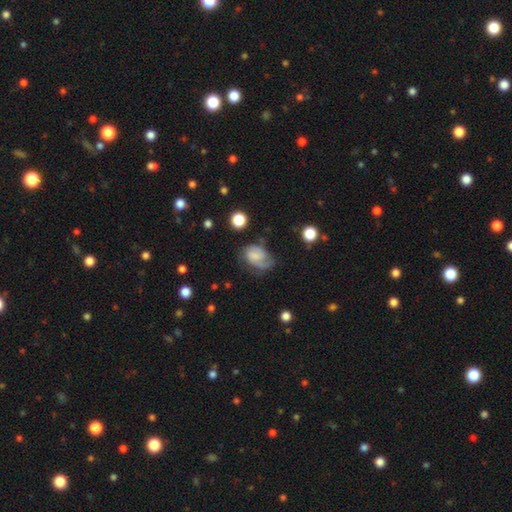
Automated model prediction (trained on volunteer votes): smooth_or_featured: smooth (p=0.52) [alt: featured or disk p=0.39]
how_rounded: in between (p=0.72) [alt: round p=0.26]
merging: none (p=0.36) [alt: minor disturbance p=0.33]